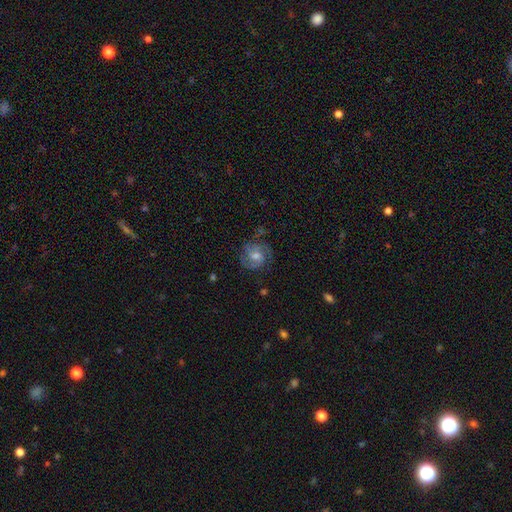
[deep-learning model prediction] Smooth or featured? Predicted: featured or disk (p=0.74). Edge-on disk? Predicted: no (p=0.98). Bar? Predicted: no (p=0.53). Spiral arms? Predicted: yes (p=0.94). Spiral winding? Predicted: tight (p=0.51). Spiral arm count? Predicted: 2 (p=0.51). Bulge size? Predicted: moderate (p=0.62). Merging? Predicted: none (p=0.77).